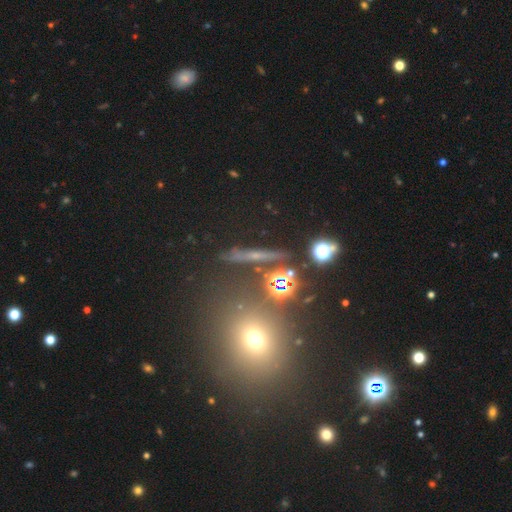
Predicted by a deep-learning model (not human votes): smooth_or_featured: featured or disk (p=0.37) [alt: star or artifact p=0.34]
merging: none (p=0.82) [alt: minor disturbance p=0.09]